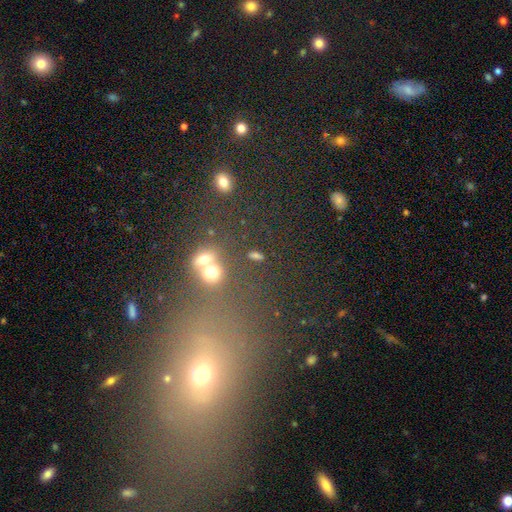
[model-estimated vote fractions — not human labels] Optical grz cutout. It shows a smooth galaxy with no disk features (68%) that is in between round and cigar-shaped (64%). Merging: none (67%).